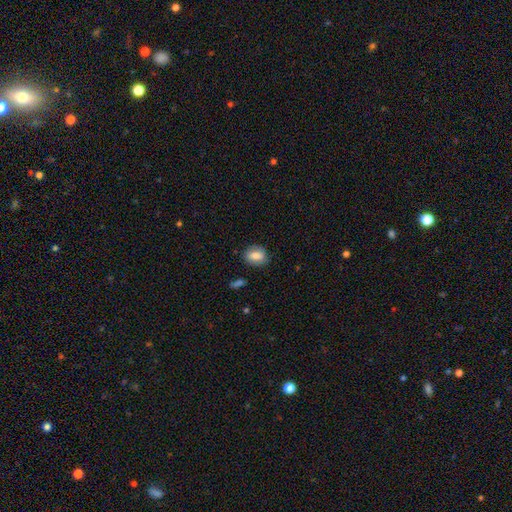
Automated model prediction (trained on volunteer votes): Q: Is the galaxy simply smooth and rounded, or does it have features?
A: smooth — 74%.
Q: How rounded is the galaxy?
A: in between — 57%.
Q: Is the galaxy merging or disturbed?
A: none — 82%.